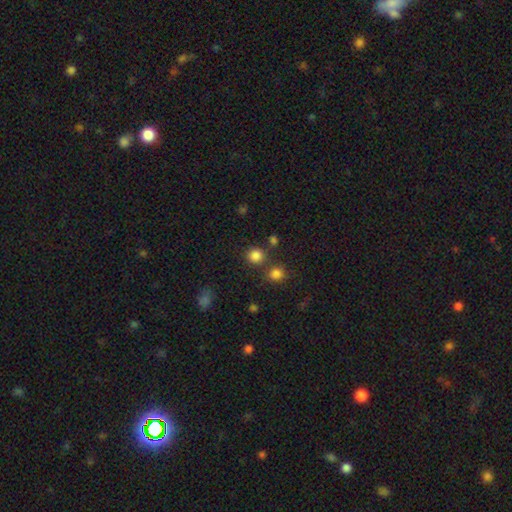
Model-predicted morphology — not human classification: Smooth or featured? smooth (82%)
How rounded? round (90%)
Merging? none (77%)